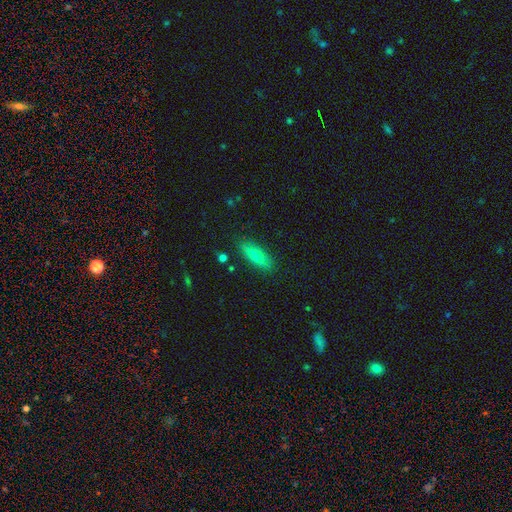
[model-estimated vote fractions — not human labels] Smooth or featured: smooth — 80% (featured or disk — 12%)
How rounded: in between — 51% (cigar-shaped — 47%)
Merging: none — 83% (minor disturbance — 12%)